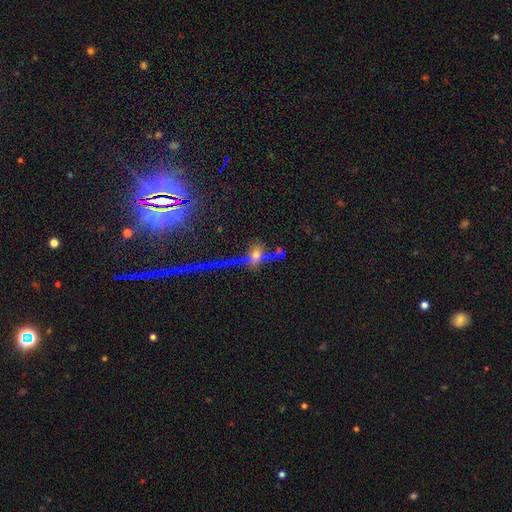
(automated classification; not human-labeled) A featured or disk galaxy (42%).

Vote fractions:
- Smooth or featured? featured or disk: 42% / star or artifact: 31% / smooth: 27%
- Merging? none: 45% / major disturbance: 23% / minor disturbance: 16% / merger: 16%